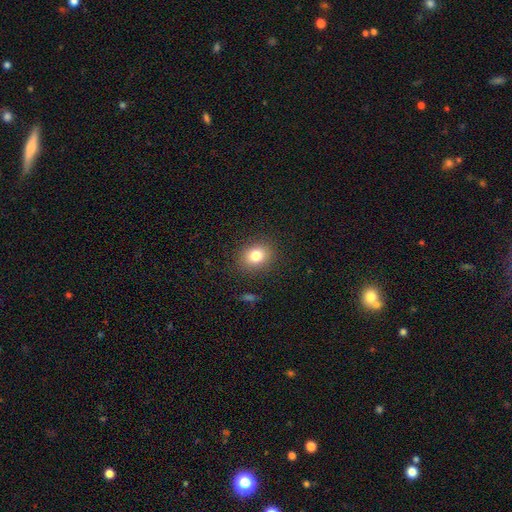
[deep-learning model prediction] smooth 80%, star or artifact 11%, featured or disk 8%. Down the decision tree: how rounded — round (59%); merging — none (87%).